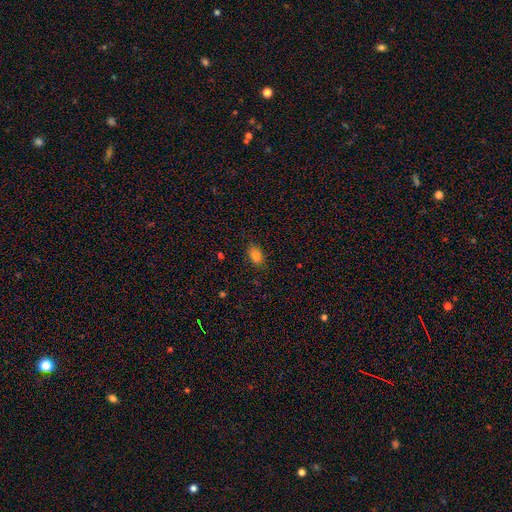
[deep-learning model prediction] This appears to be a smooth galaxy with no disk features (83%) that is in between round and cigar-shaped (87%). Merging: none (84%).